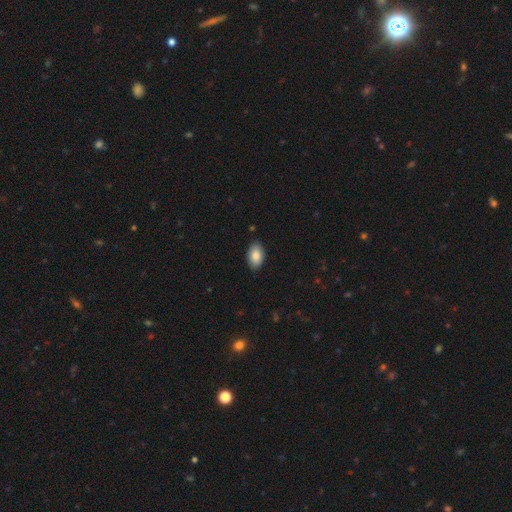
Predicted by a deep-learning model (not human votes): The model was most divided on "merging": none: 88%, minor disturbance: 10%, major disturbance: 2%, merger: 1%. More confident: how rounded — in between (93%); smooth or featured — smooth (86%).